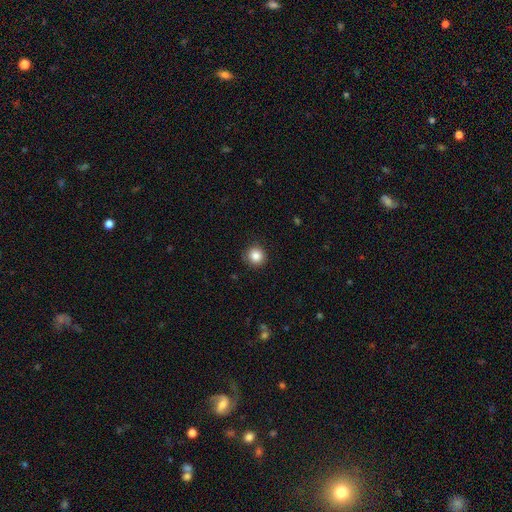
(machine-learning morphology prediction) Smooth or featured: smooth — 86% (star or artifact — 10%)
How rounded: round — 93% (in between — 6%)
Merging: none — 90% (minor disturbance — 7%)